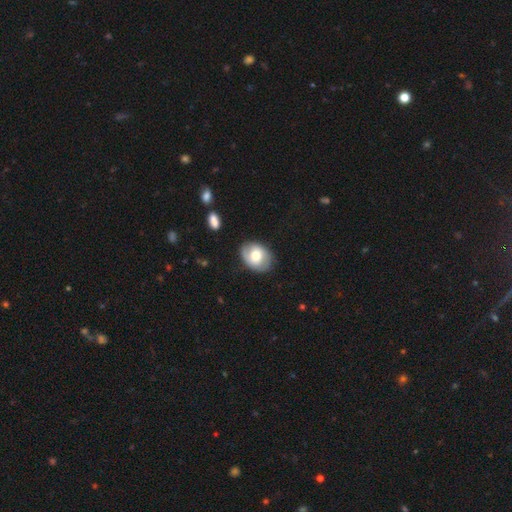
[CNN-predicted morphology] The model was most divided on "how rounded": in between: 57%, round: 42%, cigar-shaped: 1%. More confident: merging — none (77%); smooth or featured — smooth (55%).